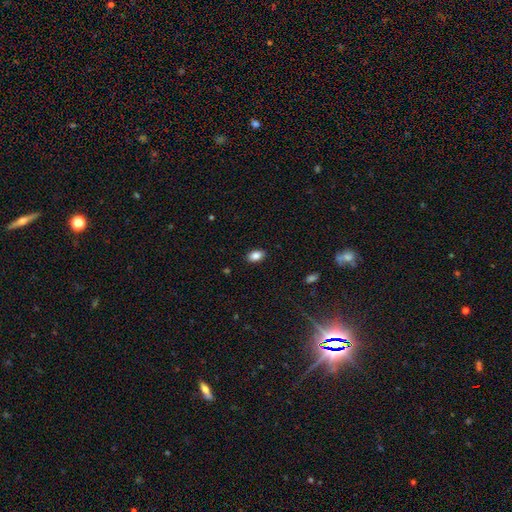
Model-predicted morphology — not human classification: A smooth galaxy with no disk features (86%) that is in between round and cigar-shaped (88%).

Vote fractions:
- Smooth or featured? smooth: 86% / star or artifact: 9% / featured or disk: 5%
- How rounded? in between: 88% / round: 10% / cigar-shaped: 2%
- Merging? none: 89% / minor disturbance: 8% / major disturbance: 2% / merger: 1%